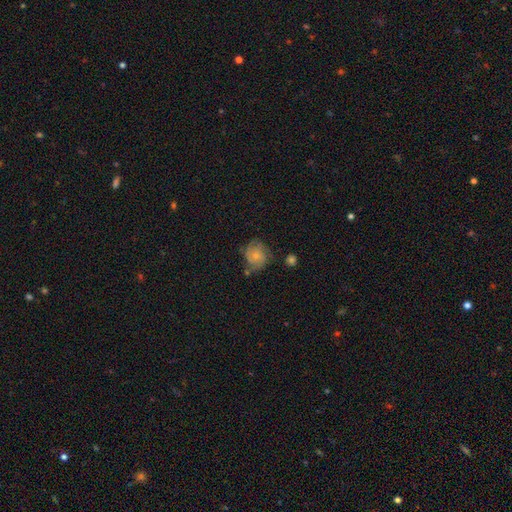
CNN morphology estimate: Overall: featured or disk (52%; smooth 40%). Edge-on disk: no (97%). Bar: no (82%). Spiral arms: yes (85%). Bulge size: small (58%; moderate 33%). Merging: none (59%; minor disturbance 25%).